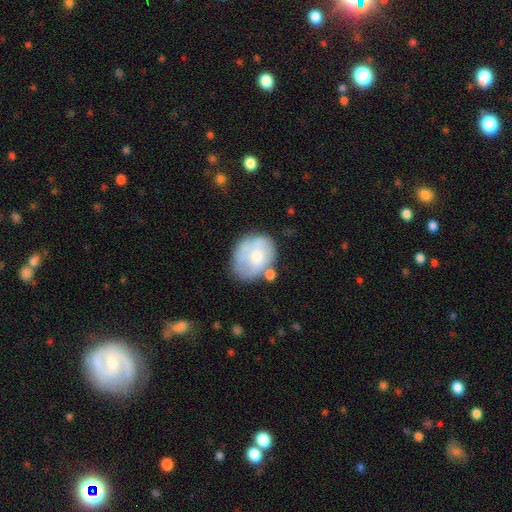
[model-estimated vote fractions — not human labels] Smooth or featured?
  - smooth: 58% *
  - featured or disk: 35%
  - star or artifact: 7%
How rounded?
  - in between: 50% *
  - round: 49%
  - cigar-shaped: 1%
Merging?
  - none: 51% *
  - minor disturbance: 25%
  - merger: 13%
  - major disturbance: 11%